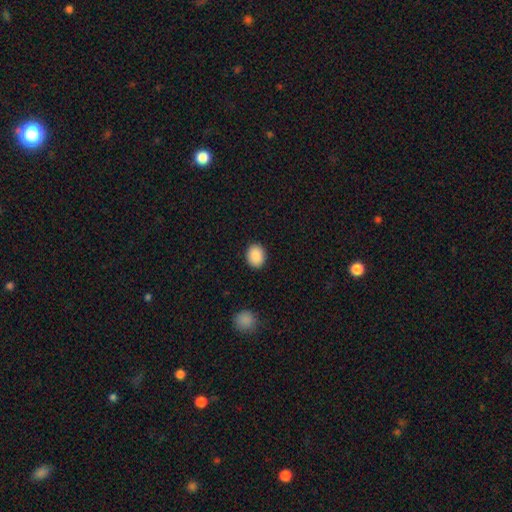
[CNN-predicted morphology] Q: Smooth or featured?
A: smooth (89%); runner-up: star or artifact (8%)
Q: How rounded?
A: round (52%); runner-up: in between (47%)
Q: Merging?
A: none (90%); runner-up: minor disturbance (7%)